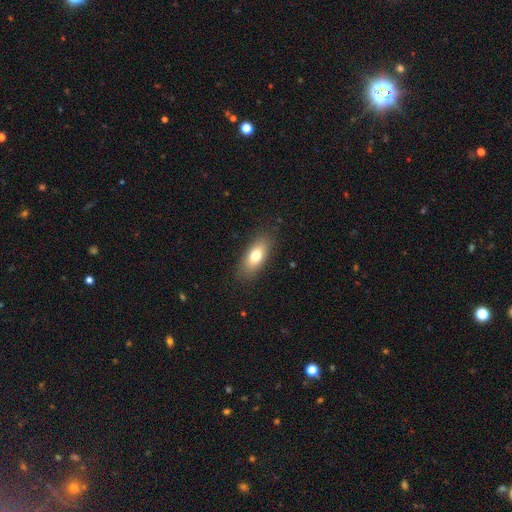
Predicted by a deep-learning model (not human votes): Q: Smooth or featured?
A: smooth (75%); runner-up: featured or disk (18%)
Q: How rounded?
A: in between (80%); runner-up: cigar-shaped (16%)
Q: Merging?
A: none (86%); runner-up: minor disturbance (10%)